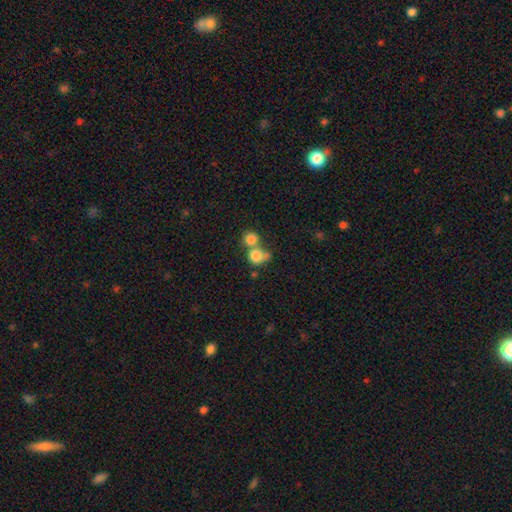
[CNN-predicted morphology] smooth_or_featured: smooth (p=0.79) [alt: featured or disk p=0.11]
how_rounded: round (p=0.81) [alt: in between p=0.18]
merging: merger (p=0.57) [alt: none p=0.31]